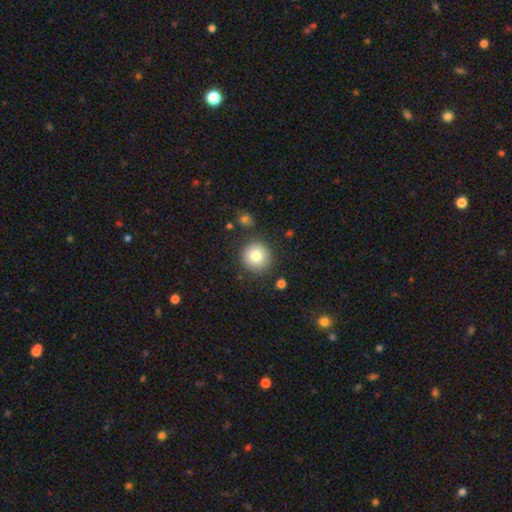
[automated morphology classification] The model was most divided on "smooth or featured": smooth: 81%, star or artifact: 10%, featured or disk: 9%. More confident: how rounded — round (94%); merging — none (86%).